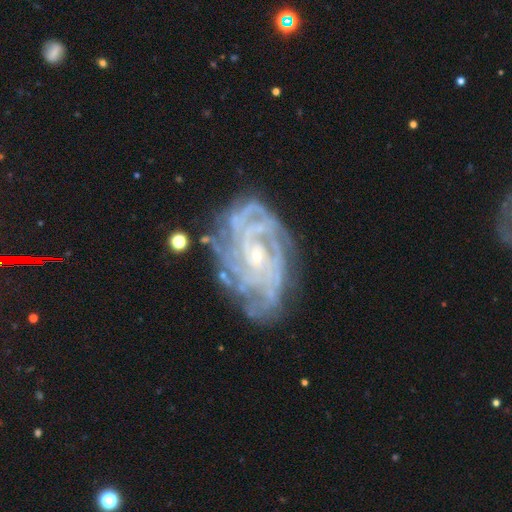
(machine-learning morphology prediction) The model was most divided on "spiral arm count": can't tell: 26%, 4: 24%, more than 4: 16%, 3: 15%, 2: 11%, 1: 8%. More confident: spiral arms — yes (97%); edge-on disk — no (97%); smooth or featured — featured or disk (89%); merging — none (74%); spiral winding — tight (73%); bulge size — small (73%); bar — no (67%).